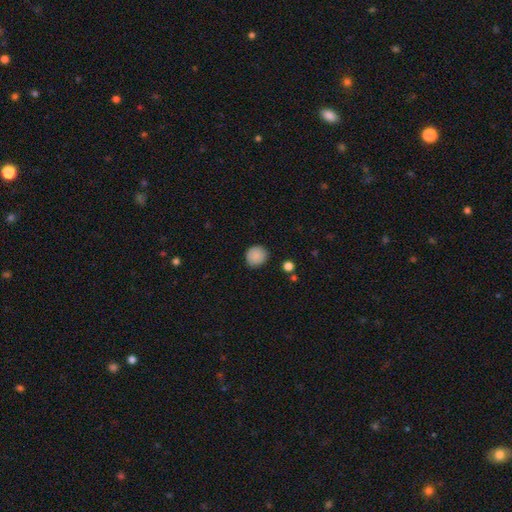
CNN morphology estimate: This appears to be a smooth galaxy with no disk features (87%) that is round (91%). Merging: none (87%).